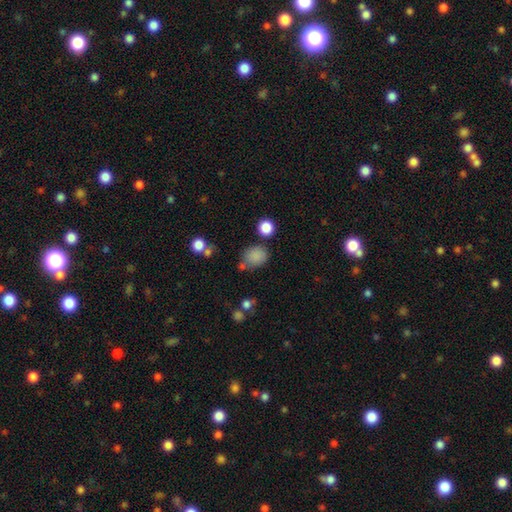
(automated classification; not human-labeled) smooth_or_featured: smooth (p=0.82) [alt: star or artifact p=0.12]
how_rounded: round (p=0.55) [alt: in between p=0.44]
merging: none (p=0.61) [alt: minor disturbance p=0.21]